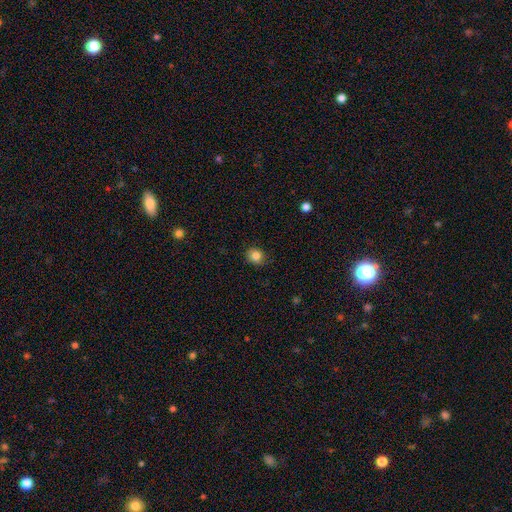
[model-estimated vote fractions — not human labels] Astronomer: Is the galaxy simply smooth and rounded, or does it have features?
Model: smooth — 84%.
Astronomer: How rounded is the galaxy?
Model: round — 76%.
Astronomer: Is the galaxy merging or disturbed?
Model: none — 86%.